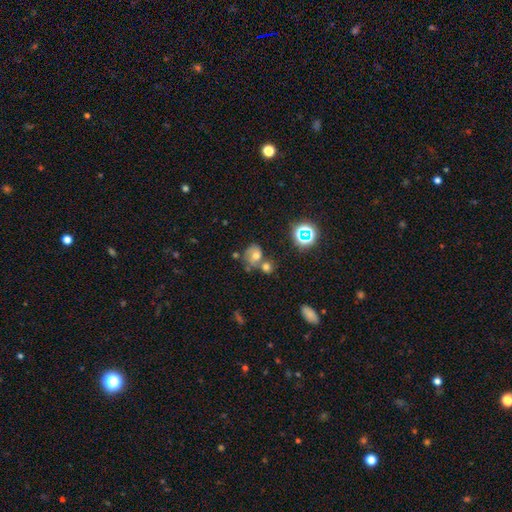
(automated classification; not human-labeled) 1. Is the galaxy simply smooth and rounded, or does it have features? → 51% smooth, 27% featured or disk, 22% star or artifact.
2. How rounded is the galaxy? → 57% round, 42% in between, 1% cigar-shaped.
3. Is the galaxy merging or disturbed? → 39% merger (tied), 39% none (tied), 14% minor disturbance, 7% major disturbance.